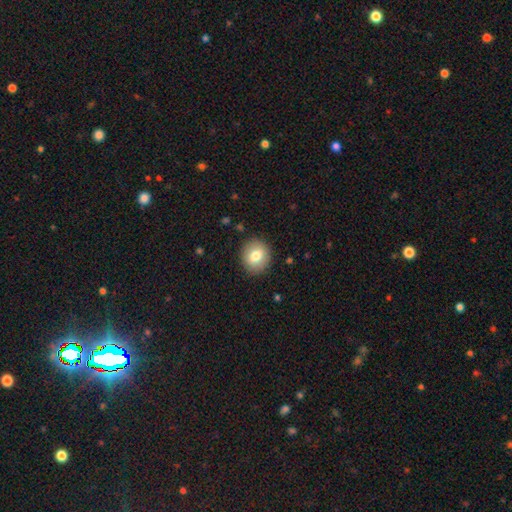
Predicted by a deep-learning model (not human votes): Smooth or featured? smooth (76%)
How rounded? round (81%)
Merging? none (89%)